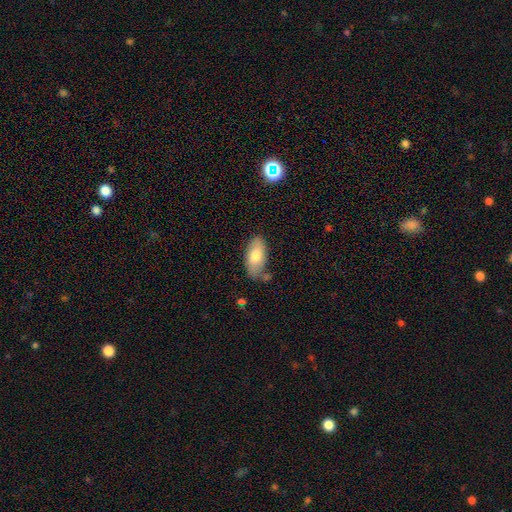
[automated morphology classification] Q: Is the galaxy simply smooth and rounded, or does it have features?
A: smooth — 75%.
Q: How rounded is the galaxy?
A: in between — 92%.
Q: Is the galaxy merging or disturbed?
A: none — 69%.